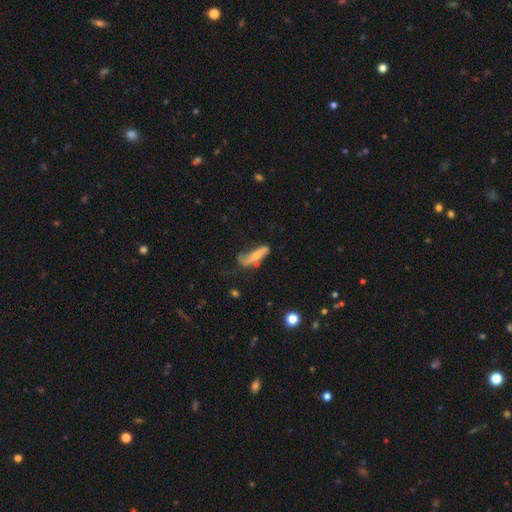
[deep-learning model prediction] The model was most divided on "smooth or featured": featured or disk: 50%, smooth: 43%, star or artifact: 7%. Remaining: edge-on disk — no (65%); merging — none (38%).